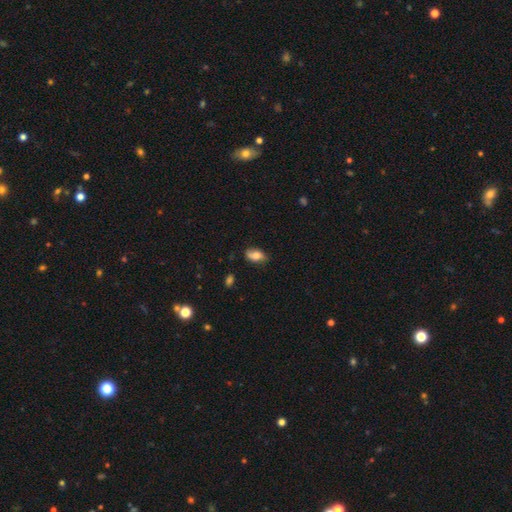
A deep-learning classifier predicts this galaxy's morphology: type=smooth (78%); roundness=in between (91%); merging=none (78%).